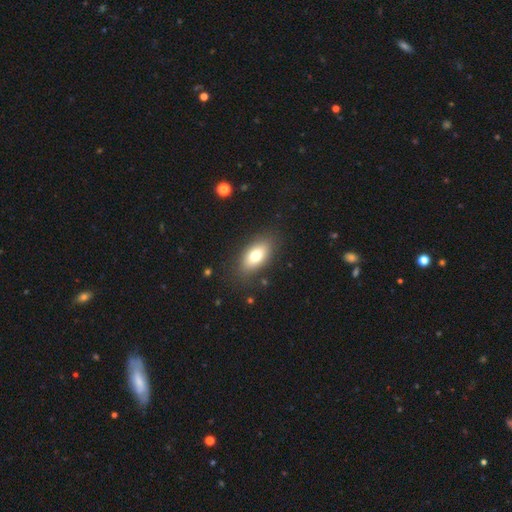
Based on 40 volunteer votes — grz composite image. It shows a smooth galaxy with no disk features (78%) that is in between round and cigar-shaped (87%). Merging: none (74%).